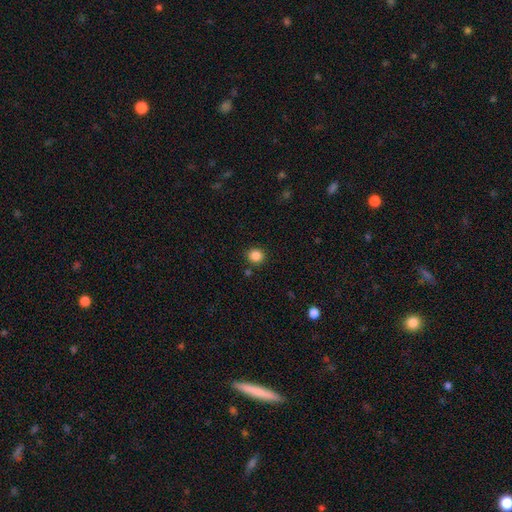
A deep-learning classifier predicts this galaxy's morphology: Q: Smooth or featured?
A: smooth (86%); runner-up: star or artifact (11%)
Q: How rounded?
A: round (83%); runner-up: in between (16%)
Q: Merging?
A: none (87%); runner-up: minor disturbance (8%)